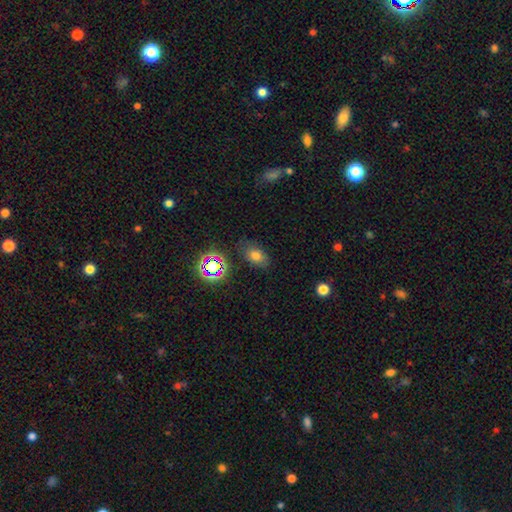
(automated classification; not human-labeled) A smooth galaxy with no disk features (69%) that is in between round and cigar-shaped (81%).

Vote fractions:
- Smooth or featured? smooth: 69% / star or artifact: 20% / featured or disk: 11%
- How rounded? in between: 81% / round: 17% / cigar-shaped: 2%
- Merging? none: 80% / minor disturbance: 14% / major disturbance: 4% / merger: 2%